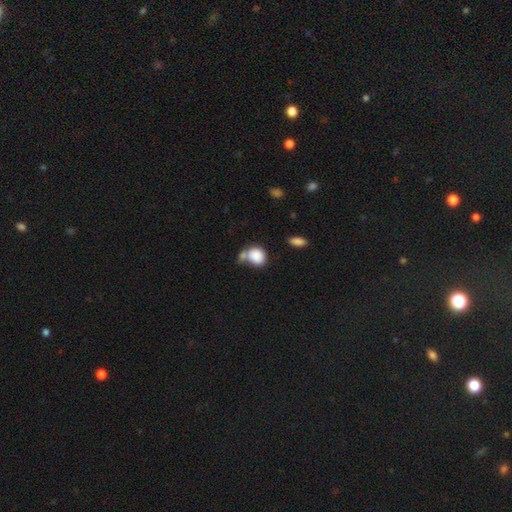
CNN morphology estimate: smooth_or_featured: smooth (p=0.85) [alt: star or artifact p=0.08]
how_rounded: round (p=0.60) [alt: in between p=0.39]
merging: none (p=0.38) [tied with: merger p=0.38]